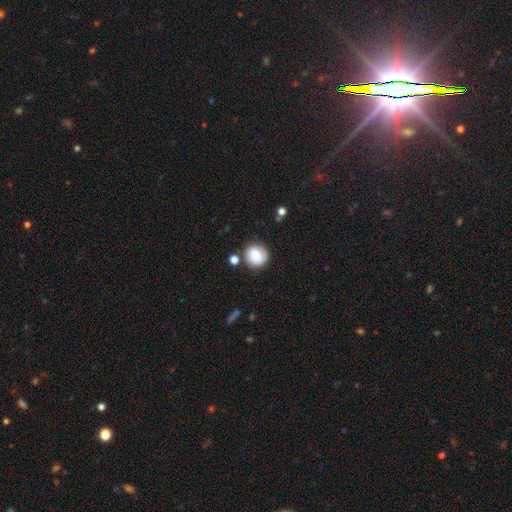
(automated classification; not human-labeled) Morphology: type=smooth (80%); roundness=round (92%); merging=none (79%).